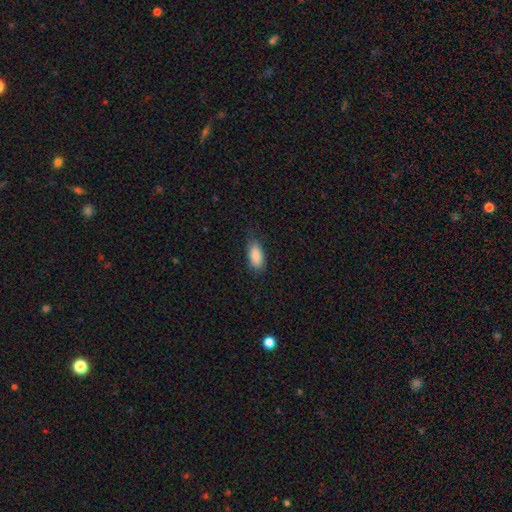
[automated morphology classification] Smooth or featured?
  - smooth: 89% *
  - star or artifact: 7%
  - featured or disk: 4%
How rounded?
  - in between: 90% *
  - cigar-shaped: 8%
  - round: 2%
Merging?
  - none: 78% *
  - minor disturbance: 17%
  - major disturbance: 4%
  - merger: 1%